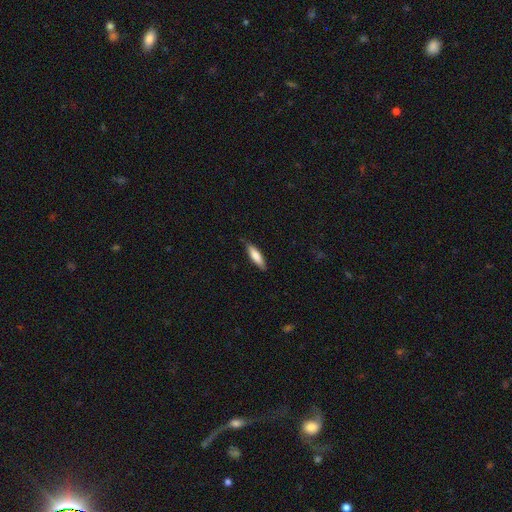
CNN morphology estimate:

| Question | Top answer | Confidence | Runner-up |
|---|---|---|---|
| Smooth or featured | smooth | 77% | featured or disk (18%) |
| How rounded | cigar-shaped | 65% | in between (34%) |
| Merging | none | 83% | minor disturbance (14%) |